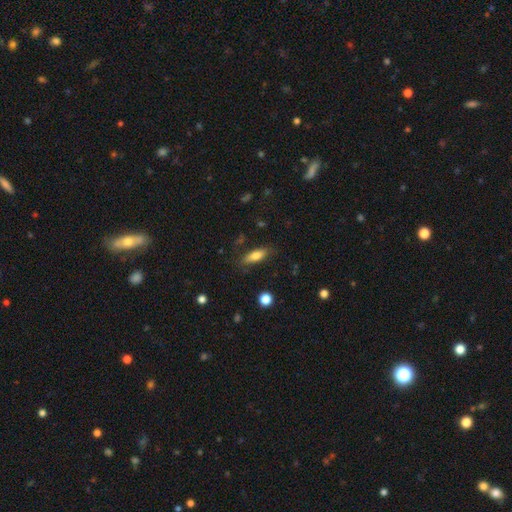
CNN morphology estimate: type=smooth (76%); roundness=in between (65%); merging=none (78%).